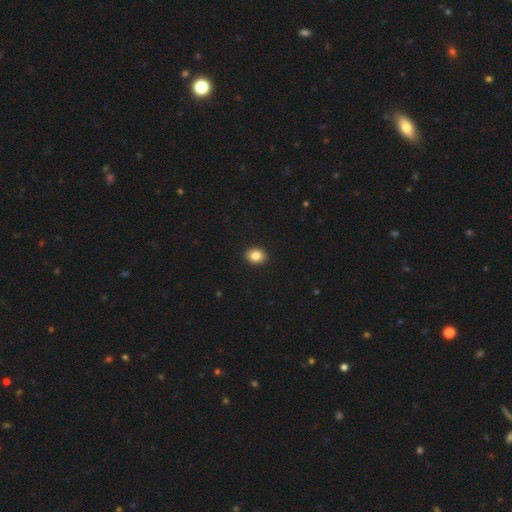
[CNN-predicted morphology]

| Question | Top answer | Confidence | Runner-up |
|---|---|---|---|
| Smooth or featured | smooth | 85% | star or artifact (9%) |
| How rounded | round | 56% | in between (43%) |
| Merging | none | 92% | minor disturbance (5%) |